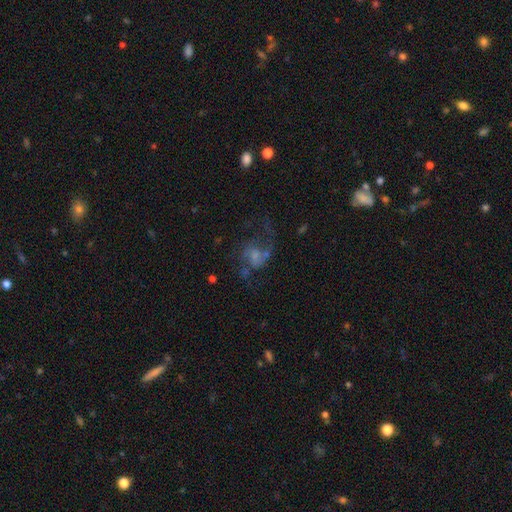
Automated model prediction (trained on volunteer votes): A featured or disk galaxy (64%) with no bar (58%), spiral arms (79%) and a small central bulge (33%).

Vote fractions:
- Smooth or featured? featured or disk: 64% / smooth: 24% / star or artifact: 12%
- Edge-on disk? no: 98% / yes: 2%
- Bar? no: 58% / weak: 35% / strong: 7%
- Spiral arms? yes: 79% / no: 21%
- Bulge size? small: 33% / none: 32% / moderate: 26% / large: 7% / dominant: 2%
- Merging? none: 39% / major disturbance: 38% / minor disturbance: 17% / merger: 6%